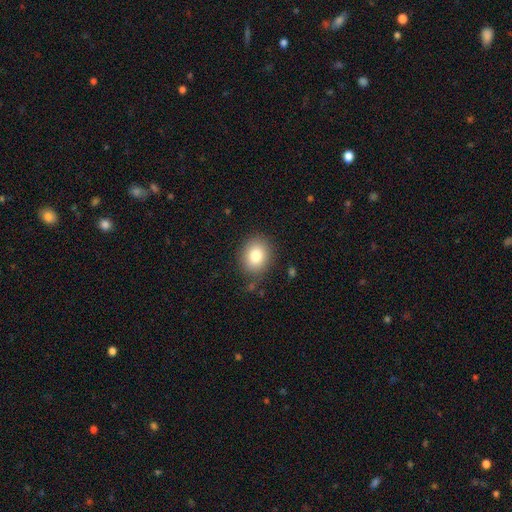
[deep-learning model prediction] Smooth or featured? smooth (82%)
How rounded? round (57%)
Merging? none (82%)